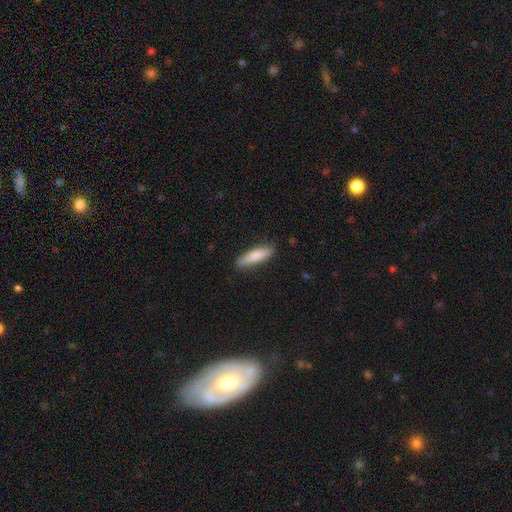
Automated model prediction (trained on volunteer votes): Smooth or featured? smooth (80%)
How rounded? cigar-shaped (70%)
Merging? none (85%)